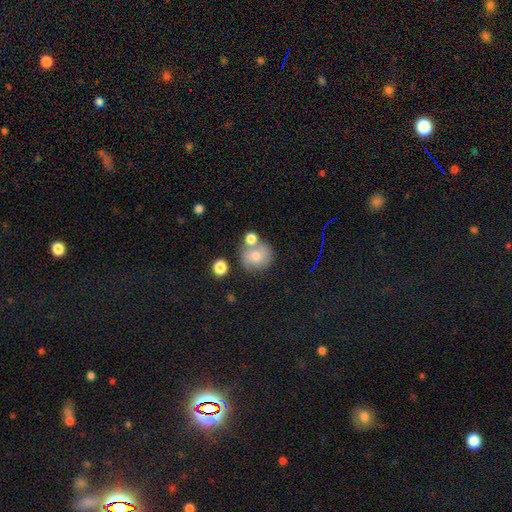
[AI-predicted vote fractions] The model was most divided on "merging": none: 51%, merger: 29%, minor disturbance: 14%, major disturbance: 6%. More confident: how rounded — round (82%); smooth or featured — smooth (66%).